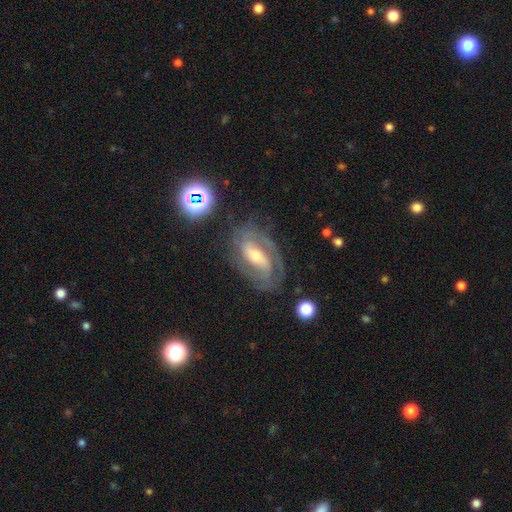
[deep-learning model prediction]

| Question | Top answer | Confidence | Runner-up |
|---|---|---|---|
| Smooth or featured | featured or disk | 85% | smooth (8%) |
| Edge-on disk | no | 96% | yes (4%) |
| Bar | weak | 40% | no (30%) |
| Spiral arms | yes | 95% | no (5%) |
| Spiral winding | tight | 51% | medium (40%) |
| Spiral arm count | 2 | 55% | can't tell (17%) |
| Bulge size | moderate | 54% | small (40%) |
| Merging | none | 72% | minor disturbance (17%) |